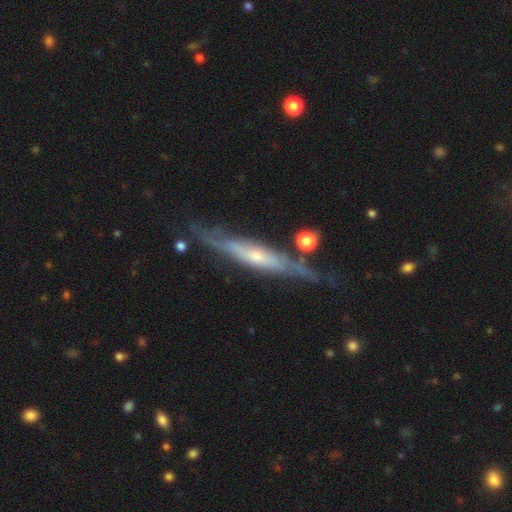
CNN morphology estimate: Overall: featured or disk (77%). Edge-on disk: yes (82%). Edge-on bulge: rounded (57%; none 33%). Merging: none (70%).